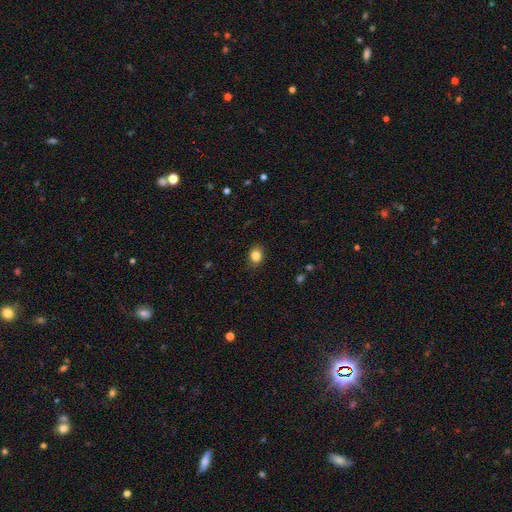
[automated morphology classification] smooth_or_featured: smooth (p=0.85) [alt: star or artifact p=0.10]
how_rounded: in between (p=0.50) [alt: round p=0.49]
merging: none (p=0.85) [alt: minor disturbance p=0.11]